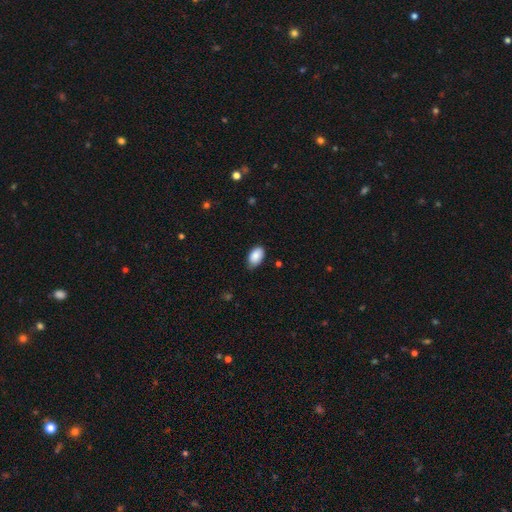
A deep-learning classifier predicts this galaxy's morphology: Q: Smooth or featured?
A: smooth (88%); runner-up: star or artifact (6%)
Q: How rounded?
A: in between (93%); runner-up: round (6%)
Q: Merging?
A: none (73%); runner-up: minor disturbance (23%)